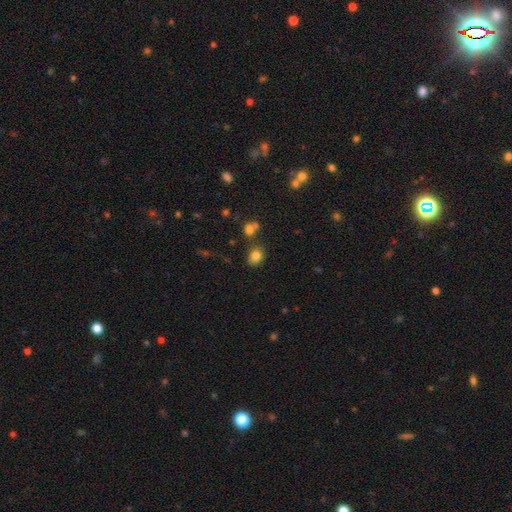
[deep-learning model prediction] This is clearly a smooth galaxy (81%). How rounded: possibly round (50%). Merging: likely none (73%).